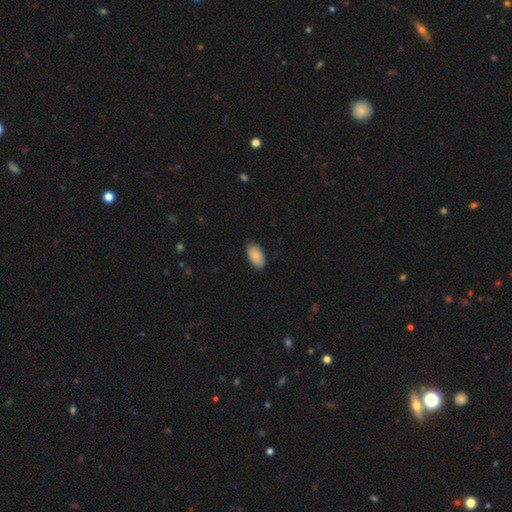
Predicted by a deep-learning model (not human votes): Overall: smooth (88%). How rounded: in between (95%). Merging: none (87%).